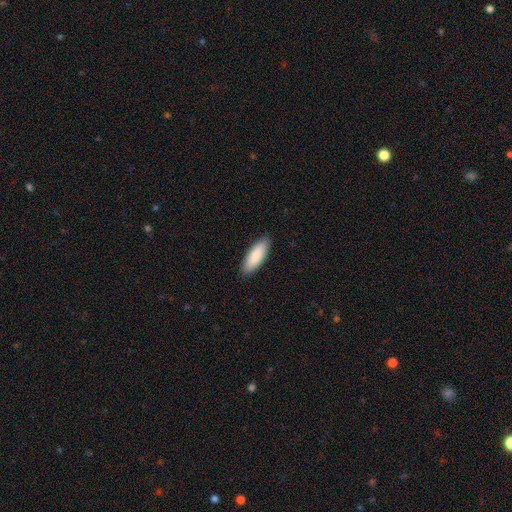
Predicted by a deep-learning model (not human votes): A smooth galaxy with no disk features (89%) that is in between round and cigar-shaped (60%). Merging: none (90%).